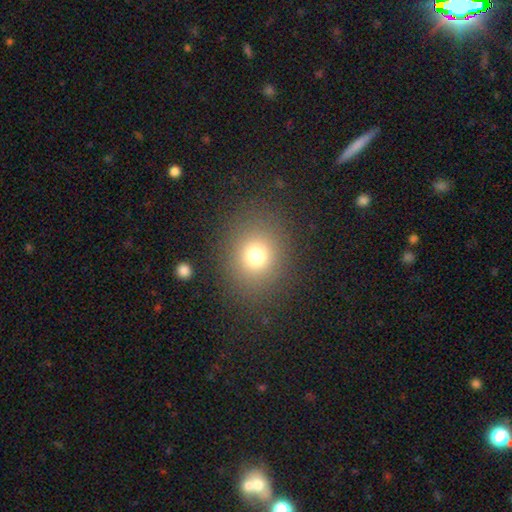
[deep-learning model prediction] smooth-or-featured: smooth: 74% | star or artifact: 17% | featured or disk: 9%
  how-rounded: round: 76% | in between: 23% | cigar-shaped: 1%
  merging: none: 86% | minor disturbance: 8% | major disturbance: 5% | merger: 2%